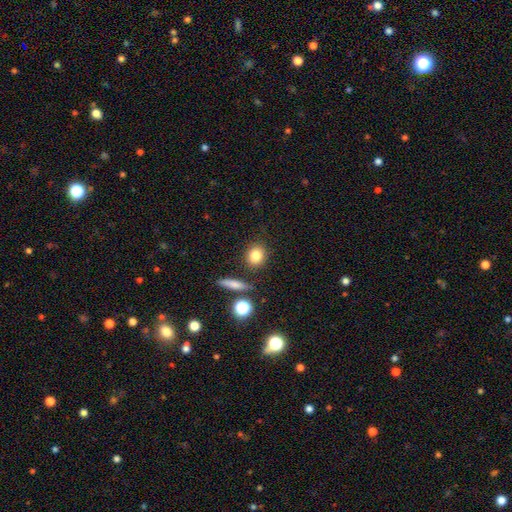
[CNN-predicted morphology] Smooth or featured? Predicted: smooth (p=0.81). How rounded? Predicted: round (p=0.70). Merging? Predicted: none (p=0.83).